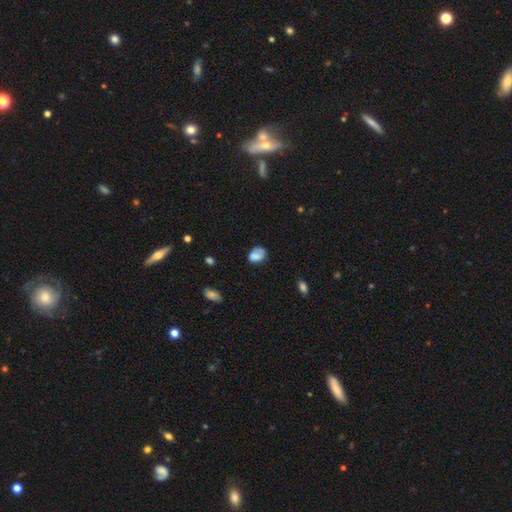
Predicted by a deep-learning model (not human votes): The model was most divided on "merging": none: 52%, minor disturbance: 31%, major disturbance: 13%, merger: 5%. More confident: smooth or featured — smooth (76%); how rounded — in between (66%).